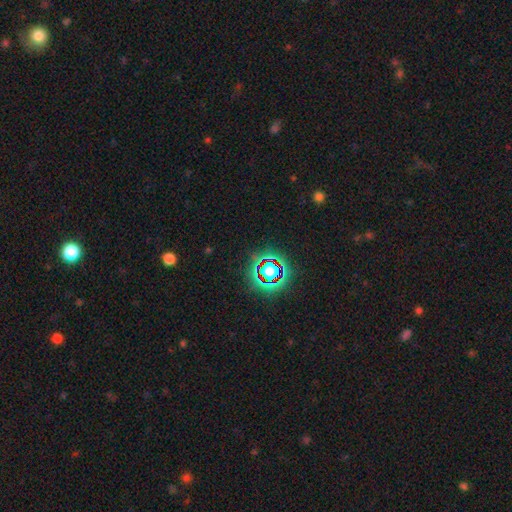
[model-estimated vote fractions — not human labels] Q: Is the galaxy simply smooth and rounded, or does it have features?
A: star or artifact — 70%.